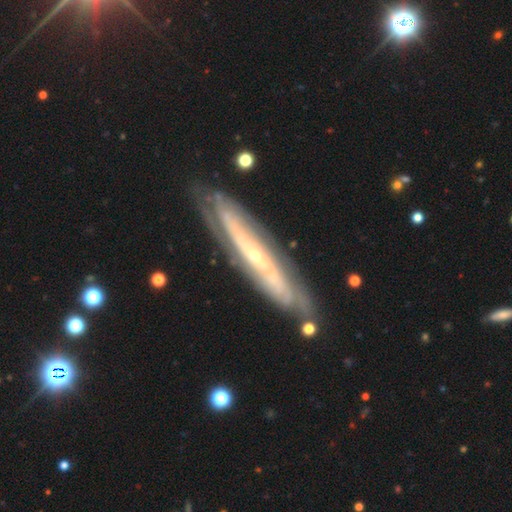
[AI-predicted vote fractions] Smooth or featured? featured or disk (82%)
Edge-on disk? no (54%)
Merging? none (79%)